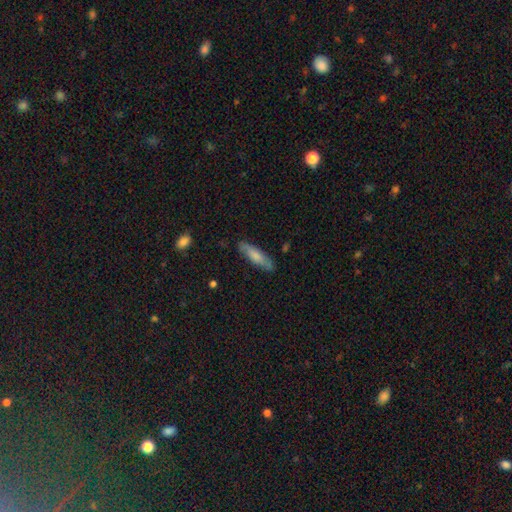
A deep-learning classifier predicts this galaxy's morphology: Smooth or featured: smooth — 67% (featured or disk — 27%)
How rounded: cigar-shaped — 66% (in between — 32%)
Merging: none — 82% (minor disturbance — 14%)